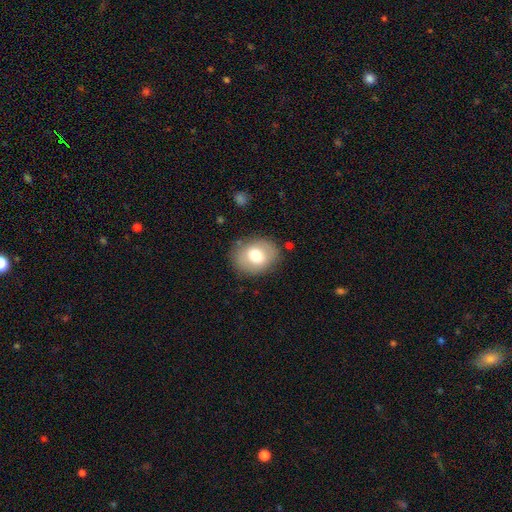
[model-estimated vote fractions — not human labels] A smooth galaxy with no disk features (69%) that is in between round and cigar-shaped (58%). Merging: none (81%).